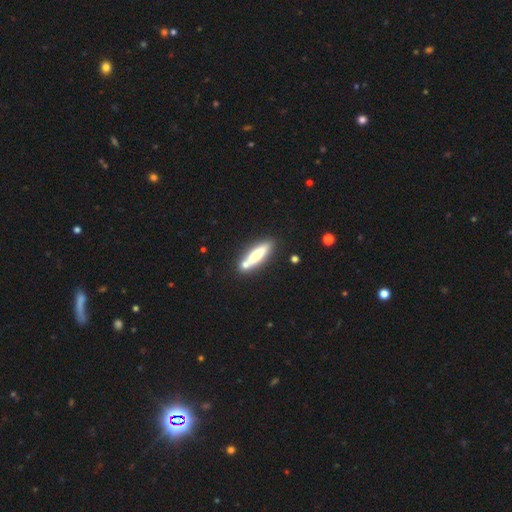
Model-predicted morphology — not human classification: Smooth or featured: smooth — 61% (featured or disk — 33%)
How rounded: cigar-shaped — 75% (in between — 23%)
Merging: none — 73% (merger — 13%)